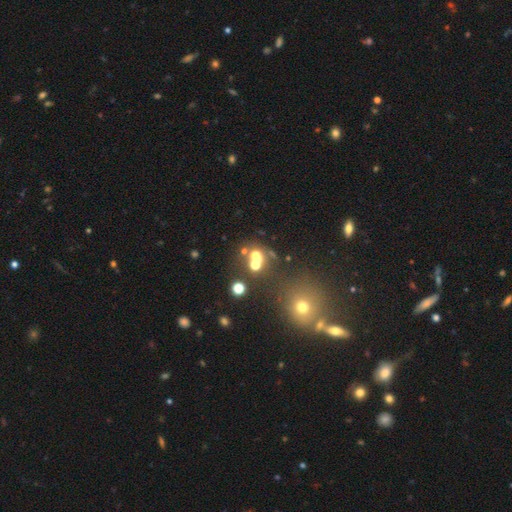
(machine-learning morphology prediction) This appears to be a smooth galaxy with no disk features (53%) that is round (79%). Merging: none (53%).